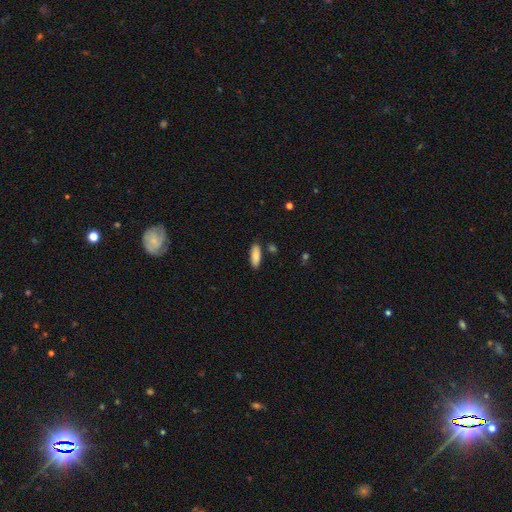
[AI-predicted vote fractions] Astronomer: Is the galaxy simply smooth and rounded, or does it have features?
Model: smooth — 87%.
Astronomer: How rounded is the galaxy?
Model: in between — 64%.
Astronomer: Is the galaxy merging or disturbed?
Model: none — 85%.